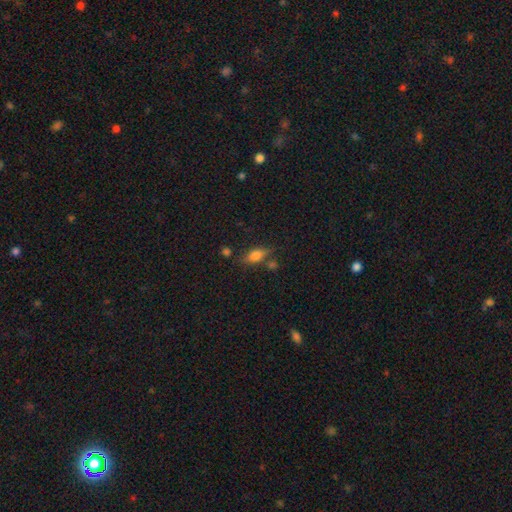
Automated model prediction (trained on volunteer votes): This is likely a smooth galaxy (67%). How rounded: likely in between (75%). Merging: likely none (67%).